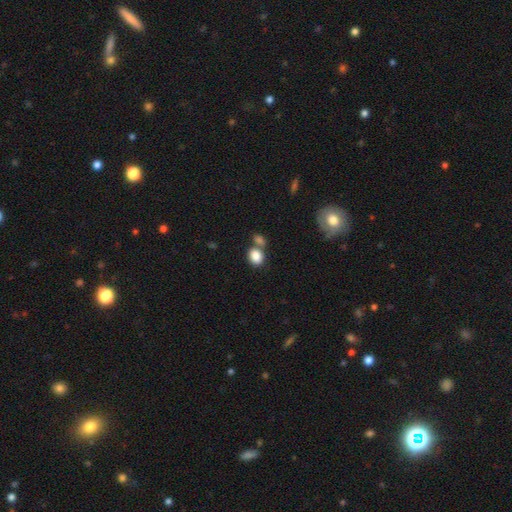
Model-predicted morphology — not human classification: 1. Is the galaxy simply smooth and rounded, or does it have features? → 85% smooth, 9% star or artifact, 6% featured or disk.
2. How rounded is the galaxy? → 53% in between, 46% round, 1% cigar-shaped.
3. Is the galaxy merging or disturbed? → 51% none, 34% merger, 11% minor disturbance, 4% major disturbance.